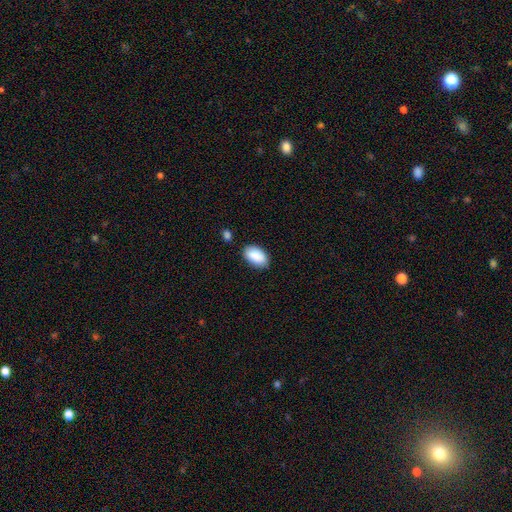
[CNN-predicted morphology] type=smooth (91%); roundness=in between (94%); merging=none (83%).